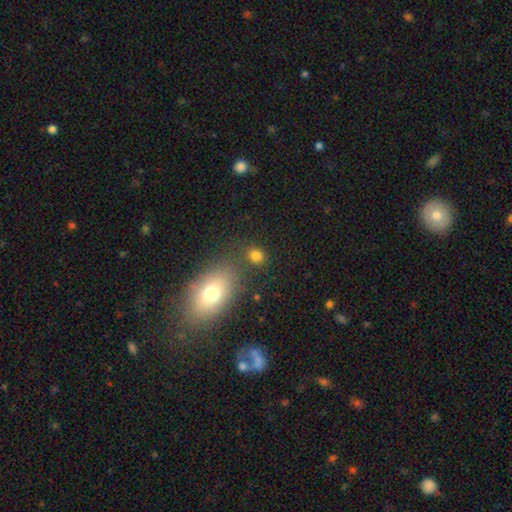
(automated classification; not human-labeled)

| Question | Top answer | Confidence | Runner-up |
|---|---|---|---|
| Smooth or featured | smooth | 79% | star or artifact (14%) |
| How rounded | round | 54% | in between (44%) |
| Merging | none | 74% | merger (11%) |